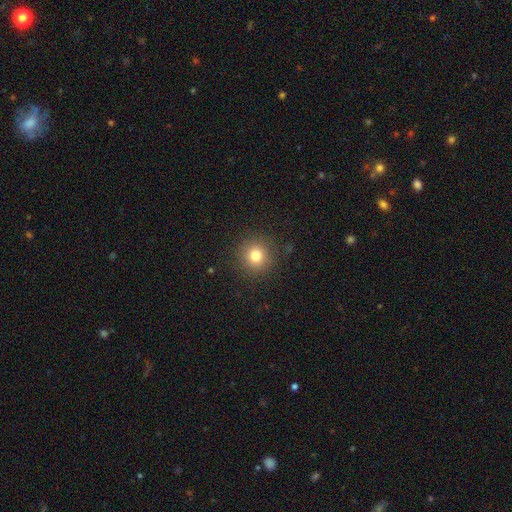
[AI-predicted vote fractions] Overall: smooth (79%). How rounded: round (93%). Merging: none (90%).